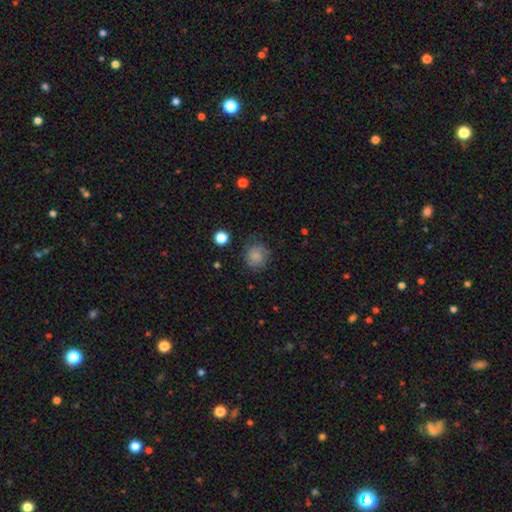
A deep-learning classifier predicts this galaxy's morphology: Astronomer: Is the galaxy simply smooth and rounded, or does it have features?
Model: smooth — 74%.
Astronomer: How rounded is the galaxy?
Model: round — 84%.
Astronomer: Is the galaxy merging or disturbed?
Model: none — 75%.